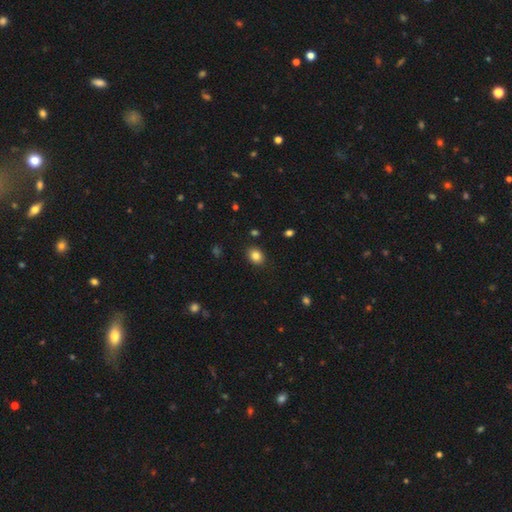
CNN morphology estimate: A smooth galaxy with no disk features (84%) that is in between round and cigar-shaped (58%).

Vote fractions:
- Smooth or featured? smooth: 84% / star or artifact: 10% / featured or disk: 6%
- How rounded? in between: 58% / round: 41% / cigar-shaped: 1%
- Merging? none: 87% / minor disturbance: 9% / major disturbance: 2% / merger: 2%